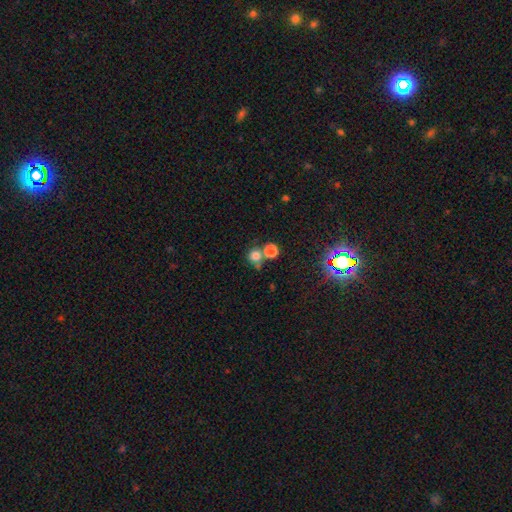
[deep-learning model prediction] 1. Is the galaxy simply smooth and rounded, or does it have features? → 76% smooth, 16% star or artifact, 8% featured or disk.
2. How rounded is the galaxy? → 90% round, 9% in between, 1% cigar-shaped.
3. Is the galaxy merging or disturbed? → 56% none, 33% merger, 8% minor disturbance, 4% major disturbance.